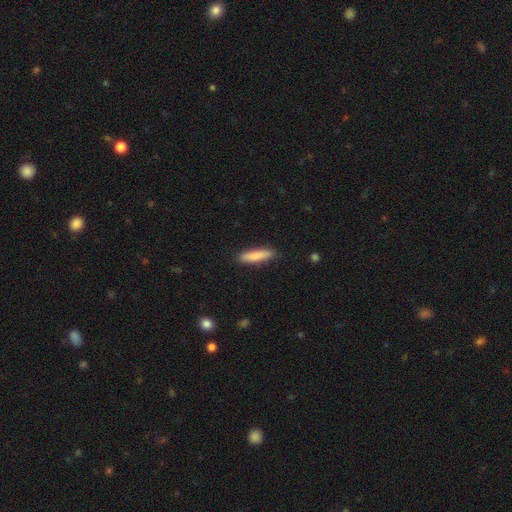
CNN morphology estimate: Smooth or featured? smooth (81%)
How rounded? cigar-shaped (81%)
Merging? none (88%)